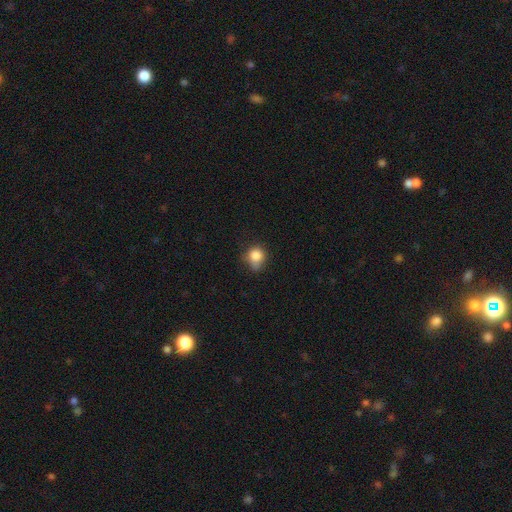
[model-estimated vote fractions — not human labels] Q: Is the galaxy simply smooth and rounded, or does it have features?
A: smooth — 83%.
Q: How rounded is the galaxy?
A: round — 75%.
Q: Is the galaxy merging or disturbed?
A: none — 52%.